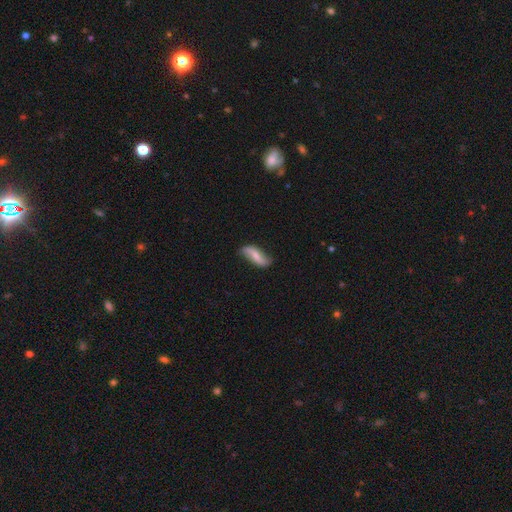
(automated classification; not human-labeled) The model was most divided on "bar": weak: 36%, strong: 34%, no: 31%. Remaining: edge-on disk — no (88%); spiral arms — yes (86%); merging — none (74%); smooth or featured — featured or disk (59%); bulge size — small (49%).